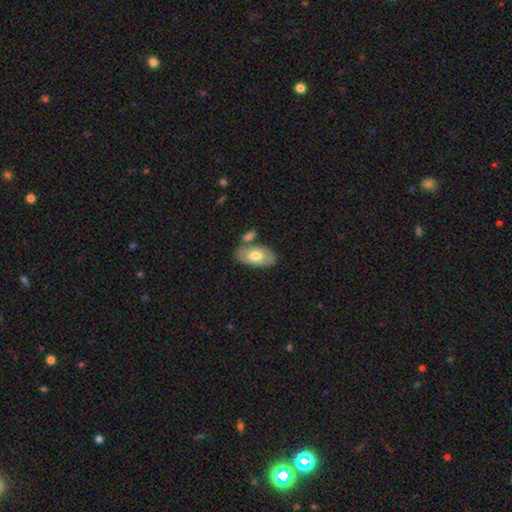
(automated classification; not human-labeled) Smooth or featured? smooth (62%)
How rounded? in between (93%)
Merging? none (65%)